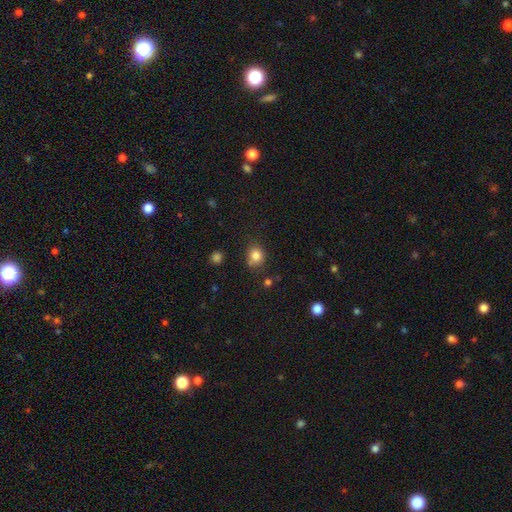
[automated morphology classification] smooth_or_featured: smooth (p=0.82) [alt: star or artifact p=0.12]
how_rounded: round (p=0.75) [alt: in between p=0.24]
merging: none (p=0.69) [alt: minor disturbance p=0.17]